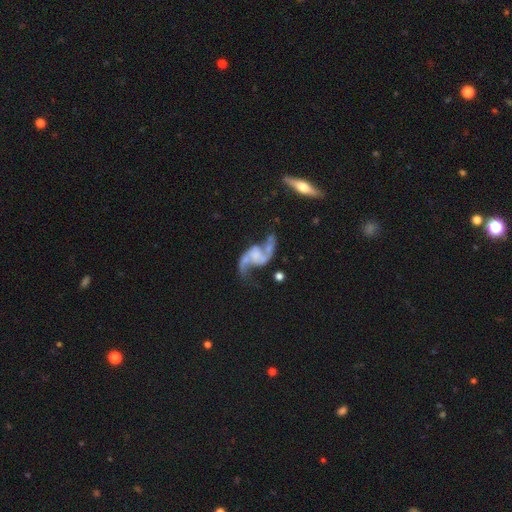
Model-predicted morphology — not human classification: A featured or disk galaxy (85%) with no bar (56%), 2 (92%) loose (80%) spiral arms (92%) and no central bulge (59%).

Vote fractions:
- Smooth or featured? featured or disk: 85% / smooth: 8% / star or artifact: 6%
- Edge-on disk? no: 97% / yes: 3%
- Bar? no: 56% / weak: 30% / strong: 14%
- Spiral arms? yes: 92% / no: 8%
- Spiral winding? loose: 80% / medium: 16% / tight: 4%
- Spiral arm count? 2: 92% / 1: 3% / can't tell: 2% / 3: 1% / 4: 1% / more than 4: 1%
- Bulge size? none: 59% / small: 17% / moderate: 13% / large: 9% / dominant: 3%
- Merging? none: 46% / major disturbance: 22% / minor disturbance: 19% / merger: 14%